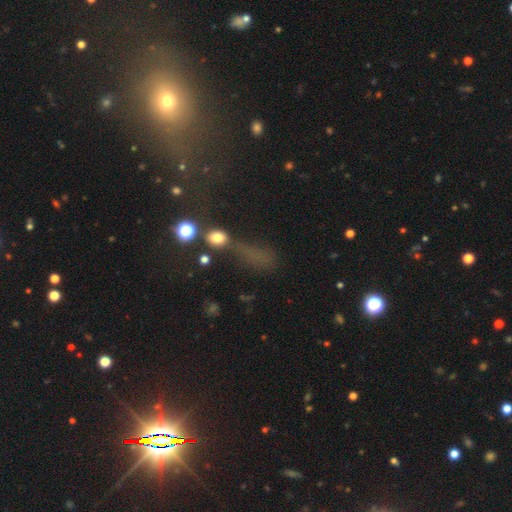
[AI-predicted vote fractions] Smooth or featured? Predicted: smooth (p=0.45). Merging? Predicted: none (p=0.43).